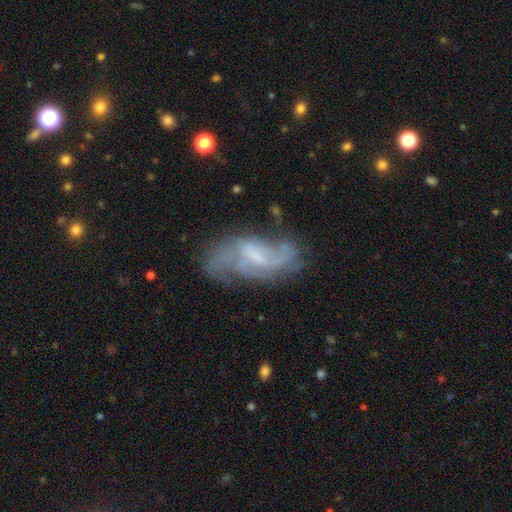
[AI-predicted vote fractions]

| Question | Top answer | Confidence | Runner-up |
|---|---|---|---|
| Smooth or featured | featured or disk | 74% | smooth (18%) |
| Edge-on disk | no | 94% | yes (6%) |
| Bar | weak | 53% | no (30%) |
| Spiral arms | yes | 85% | no (15%) |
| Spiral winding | medium | 41% | loose (38%) |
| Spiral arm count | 2 | 45% | can't tell (31%) |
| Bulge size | small | 48% | none (24%) |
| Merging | none | 55% | minor disturbance (23%) |